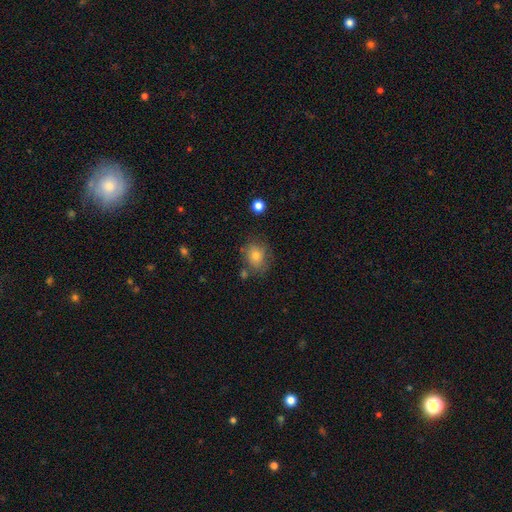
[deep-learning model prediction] This appears to be a smooth galaxy with no disk features (75%) that is round (68%). Merging: none (70%).